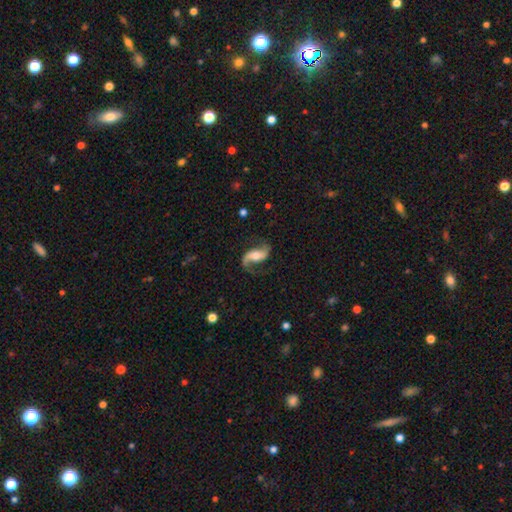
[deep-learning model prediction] Smooth or featured? featured or disk (88%)
Edge-on disk? no (97%)
Bar? no (37%)
Spiral arms? yes (97%)
Spiral winding? loose (64%)
Spiral arm count? 2 (90%)
Bulge size? moderate (59%)
Merging? none (76%)